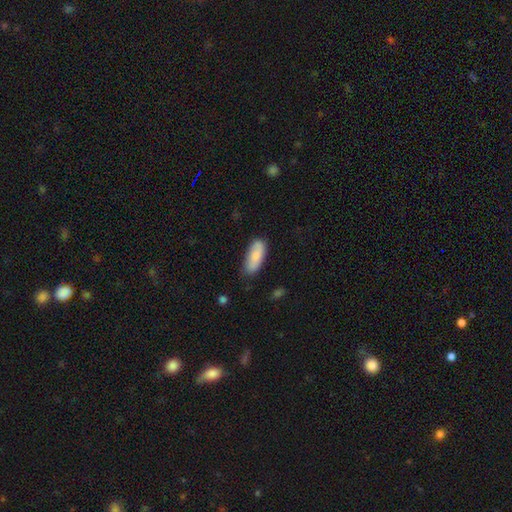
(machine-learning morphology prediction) Smooth or featured? Predicted: smooth (p=0.82). How rounded? Predicted: in between (p=0.79). Merging? Predicted: none (p=0.74).